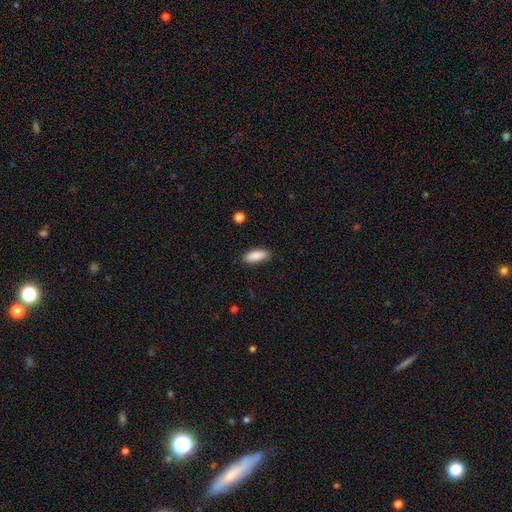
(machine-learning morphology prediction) Smooth or featured? smooth (89%)
How rounded? in between (76%)
Merging? none (88%)